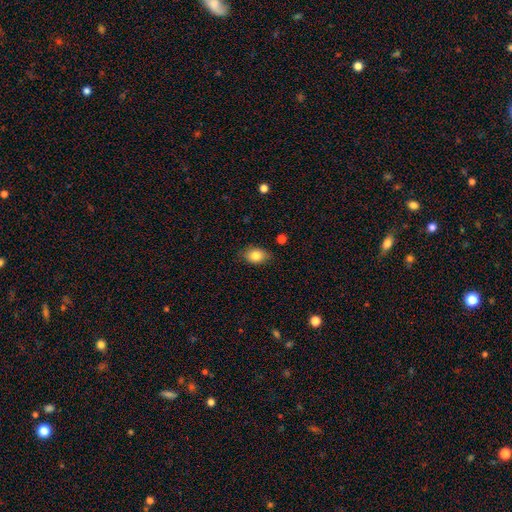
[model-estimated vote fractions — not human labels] A smooth galaxy with no disk features (83%) that is in between round and cigar-shaped (82%). Merging: none (82%).